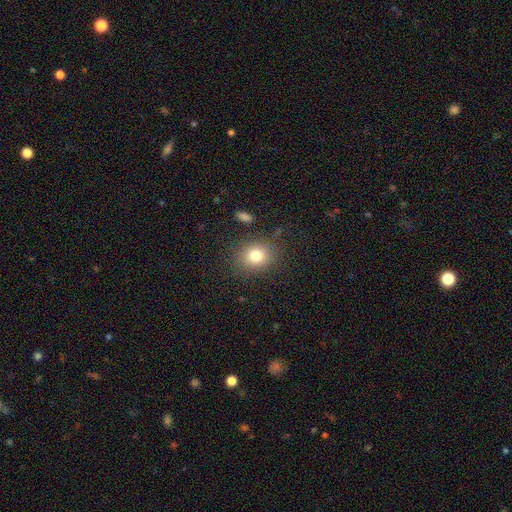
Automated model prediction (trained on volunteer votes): A smooth galaxy with no disk features (78%) that is round (62%). Merging: none (84%).